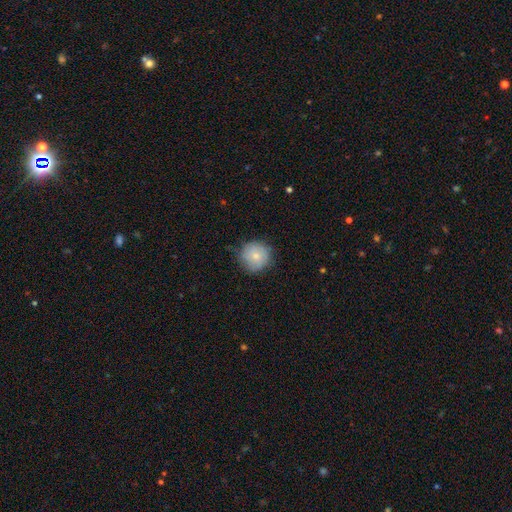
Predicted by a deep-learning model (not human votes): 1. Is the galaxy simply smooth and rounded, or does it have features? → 77% smooth, 16% featured or disk, 8% star or artifact.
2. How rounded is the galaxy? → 93% round, 6% in between, 1% cigar-shaped.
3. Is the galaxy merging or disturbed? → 76% none, 19% minor disturbance, 4% major disturbance, 1% merger.